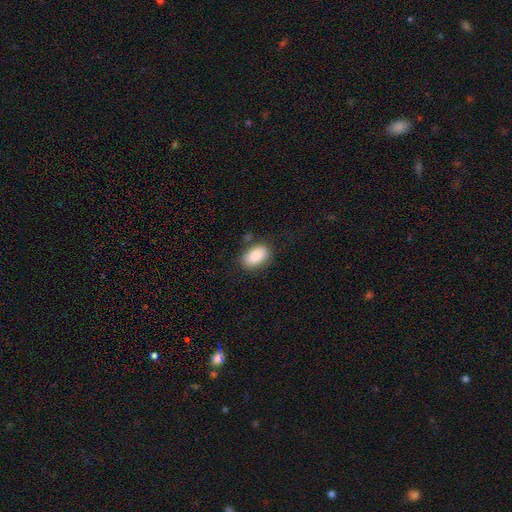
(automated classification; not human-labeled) smooth-or-featured: smooth: 87% | star or artifact: 7% | featured or disk: 6%
  how-rounded: in between: 90% | round: 9% | cigar-shaped: 1%
  merging: none: 76% | minor disturbance: 16% | major disturbance: 5% | merger: 4%